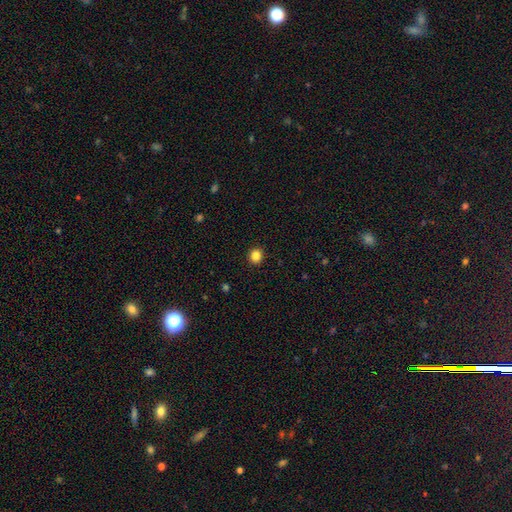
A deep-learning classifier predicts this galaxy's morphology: Smooth or featured? Predicted: smooth (p=0.85). How rounded? Predicted: round (p=0.86). Merging? Predicted: none (p=0.92).